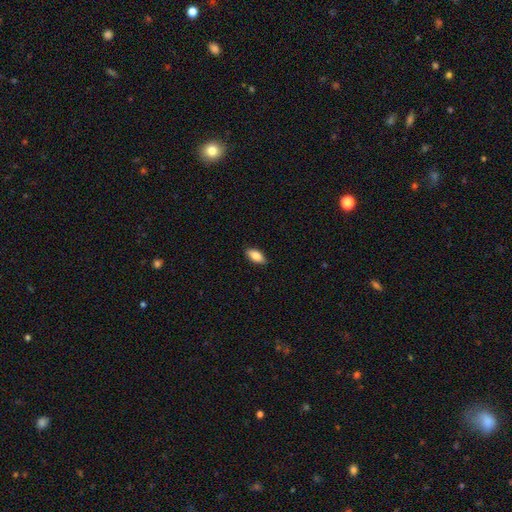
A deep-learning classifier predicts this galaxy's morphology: Smooth or featured?
  - smooth: 85% *
  - featured or disk: 8%
  - star or artifact: 6%
How rounded?
  - in between: 90% *
  - cigar-shaped: 7%
  - round: 3%
Merging?
  - none: 87% *
  - minor disturbance: 10%
  - major disturbance: 2%
  - merger: 1%